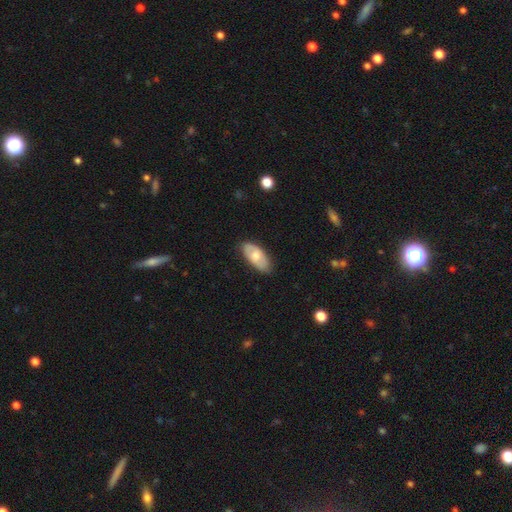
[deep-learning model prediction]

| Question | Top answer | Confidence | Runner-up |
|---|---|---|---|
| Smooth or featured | smooth | 62% | featured or disk (32%) |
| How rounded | in between | 92% | cigar-shaped (6%) |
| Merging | none | 80% | minor disturbance (16%) |